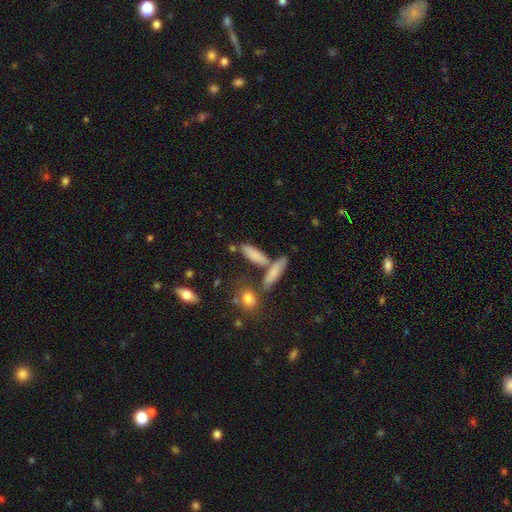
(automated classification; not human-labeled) smooth_or_featured: smooth (p=0.72) [alt: featured or disk p=0.17]
how_rounded: cigar-shaped (p=0.54) [alt: in between p=0.42]
merging: none (p=0.55) [alt: merger p=0.26]